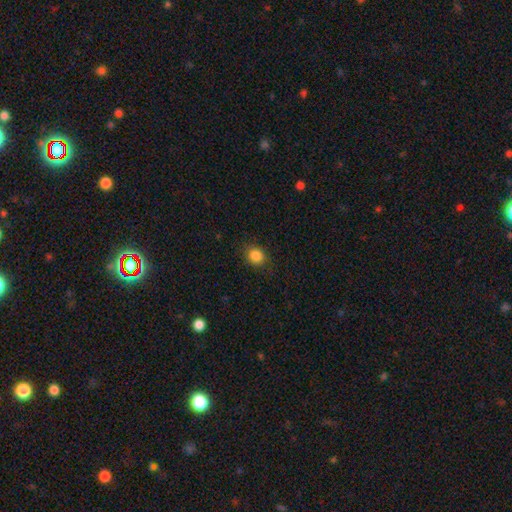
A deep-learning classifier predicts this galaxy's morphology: This is clearly a smooth galaxy (85%). How rounded: likely round (69%). Merging: clearly none (85%).